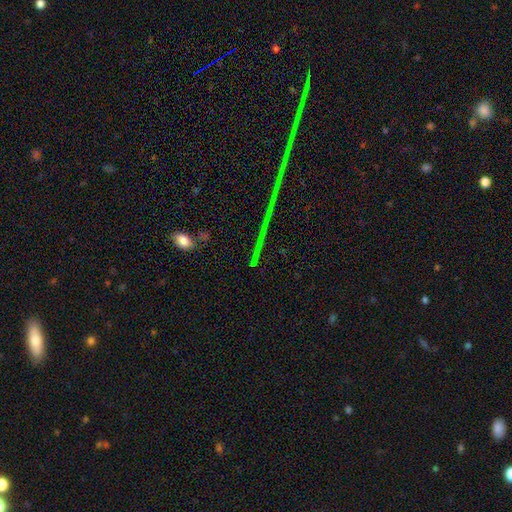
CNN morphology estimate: smooth_or_featured: star or artifact (p=0.68) [alt: smooth p=0.18]